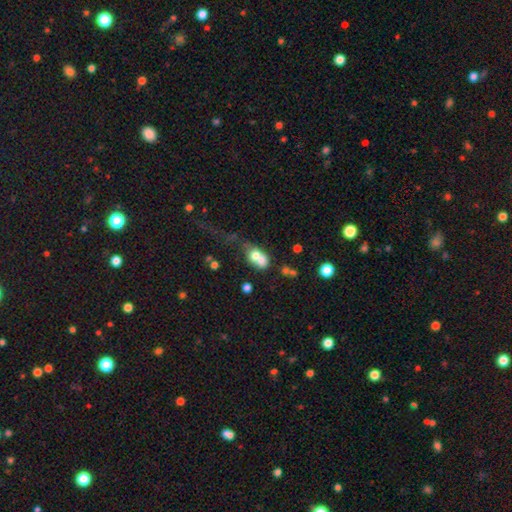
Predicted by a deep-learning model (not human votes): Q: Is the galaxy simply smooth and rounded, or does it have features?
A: smooth — 63%.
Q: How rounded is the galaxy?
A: in between — 50%.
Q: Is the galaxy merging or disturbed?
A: merger — 67%.